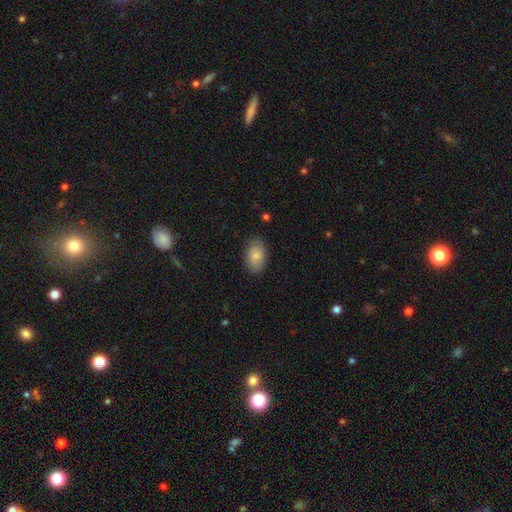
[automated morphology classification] A smooth galaxy with no disk features (81%) that is in between round and cigar-shaped (90%). Merging: none (83%).